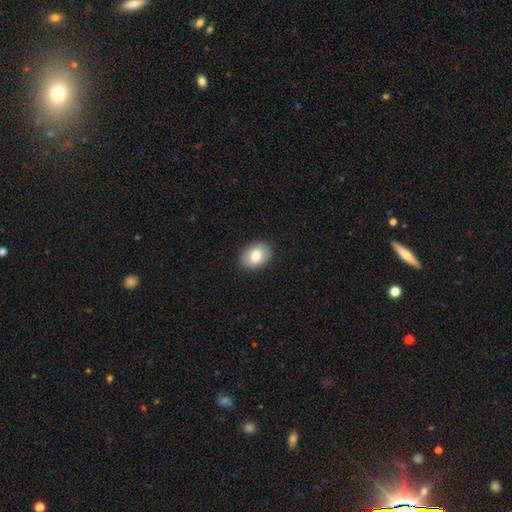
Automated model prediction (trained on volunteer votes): The model was most divided on "how rounded": in between: 79%, round: 20%, cigar-shaped: 1%. More confident: merging — none (87%); smooth or featured — smooth (80%).